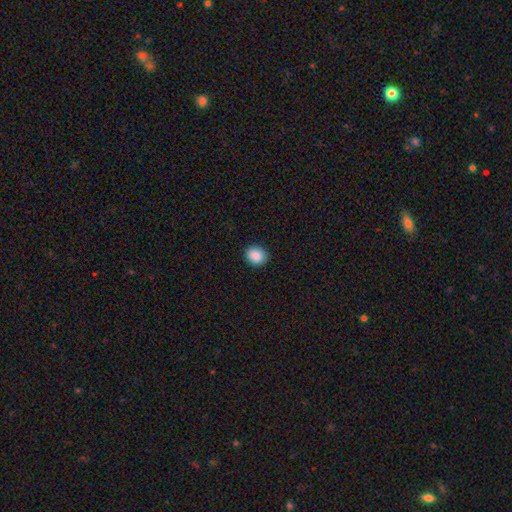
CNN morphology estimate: Q: Smooth or featured?
A: smooth (89%); runner-up: star or artifact (8%)
Q: How rounded?
A: round (63%); runner-up: in between (36%)
Q: Merging?
A: none (89%); runner-up: minor disturbance (8%)